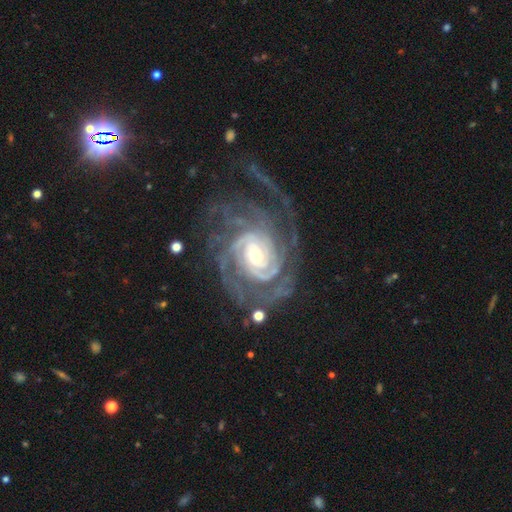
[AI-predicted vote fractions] Morphology: type=featured or disk (92%); edge-on=no (97%); bar=no (50%); spiral arms=yes (98%); winding=tight (71%); arm count=can't tell (20%, tied with 4); bulge=moderate (46%, tied with small); merging=none (63%).